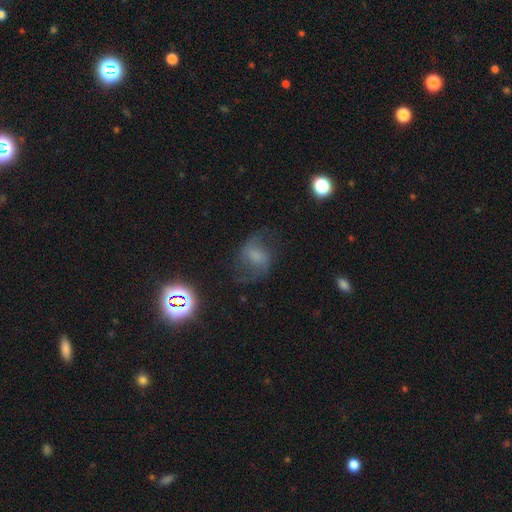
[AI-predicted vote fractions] A featured or disk galaxy (59%) with no bar (41%, tied with weak), 2 (88%) loose (59%) spiral arms (89%) and no central bulge (33%). Merging: none (62%).